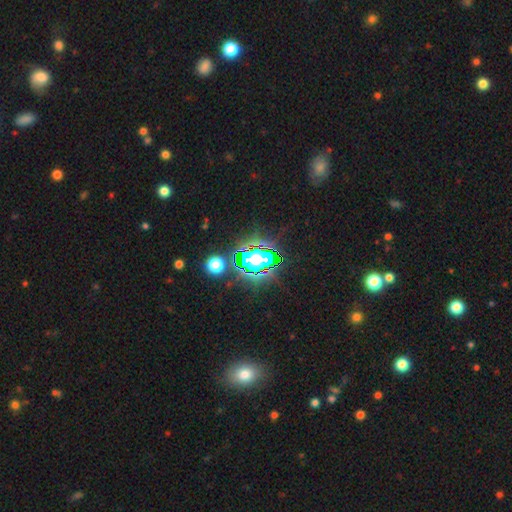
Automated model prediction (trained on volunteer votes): Smooth or featured? star or artifact (74%)